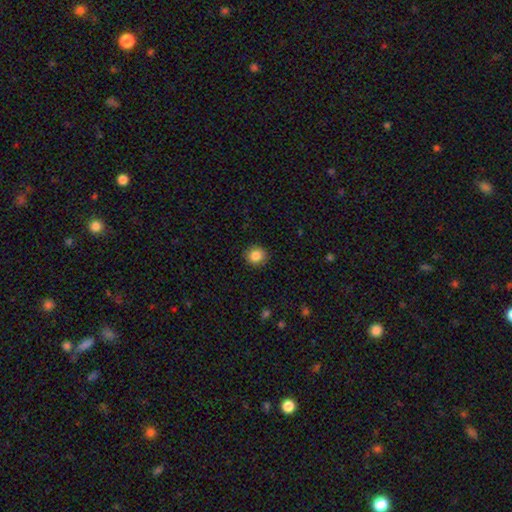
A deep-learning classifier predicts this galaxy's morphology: Smooth or featured? smooth (86%)
How rounded? round (83%)
Merging? none (90%)